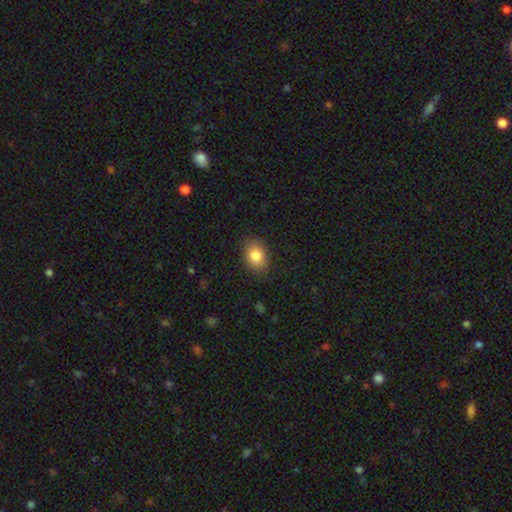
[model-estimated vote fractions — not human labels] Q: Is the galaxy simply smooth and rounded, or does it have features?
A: smooth — 84%.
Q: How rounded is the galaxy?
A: in between — 65%.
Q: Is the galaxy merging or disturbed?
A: none — 85%.